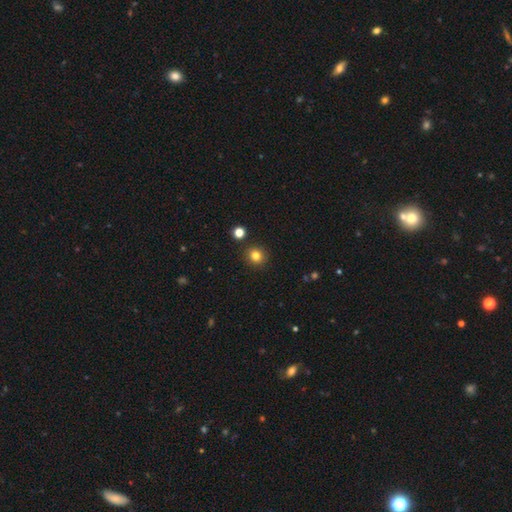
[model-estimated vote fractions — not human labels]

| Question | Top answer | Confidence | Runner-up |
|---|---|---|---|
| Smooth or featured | smooth | 81% | star or artifact (13%) |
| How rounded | round | 91% | in between (8%) |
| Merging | none | 90% | minor disturbance (6%) |